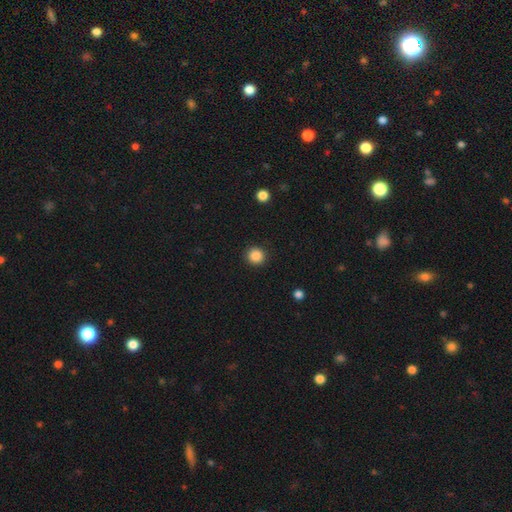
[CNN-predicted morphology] The model was most divided on "smooth or featured": smooth: 87%, star or artifact: 10%, featured or disk: 3%. More confident: how rounded — round (94%); merging — none (92%).